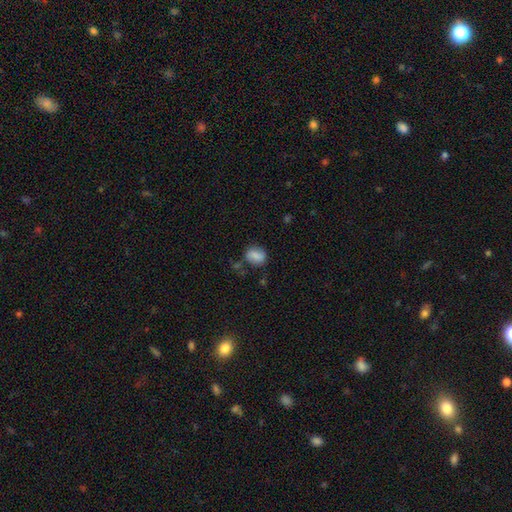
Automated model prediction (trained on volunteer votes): This is likely a smooth galaxy (76%). How rounded: possibly round (49%, tied with in between). Merging: likely none (64%).